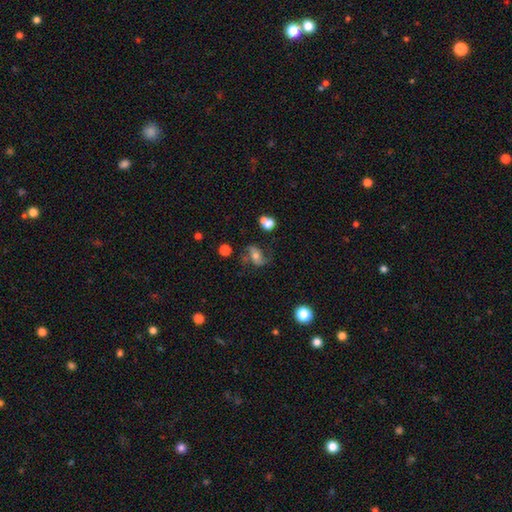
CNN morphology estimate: Smooth or featured: featured or disk — 65% (smooth — 25%)
Edge-on disk: no — 95% (yes — 5%)
Bar: no — 47% (weak — 32%)
Spiral arms: yes — 88% (no — 12%)
Spiral winding: loose — 65% (medium — 27%)
Spiral arm count: 2 — 88% (can't tell — 4%)
Bulge size: moderate — 60% (small — 27%)
Merging: none — 58% (minor disturbance — 21%)